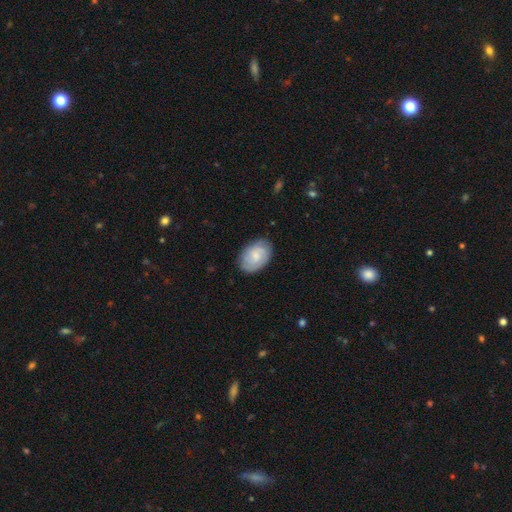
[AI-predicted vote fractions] Overall: smooth (56%; featured or disk 37%). How rounded: in between (85%). Merging: none (81%).